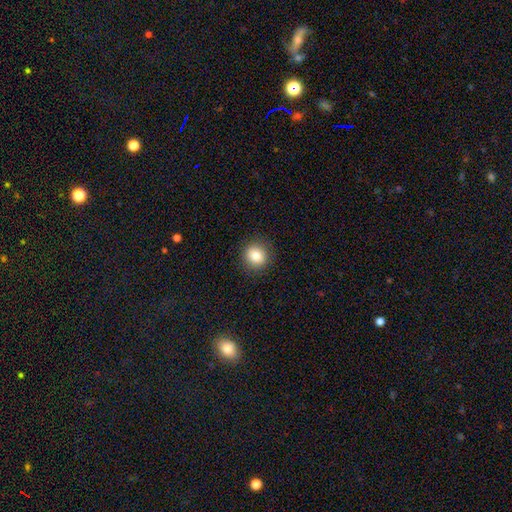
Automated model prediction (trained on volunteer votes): Morphology: type=smooth (82%); roundness=round (85%); merging=none (90%).